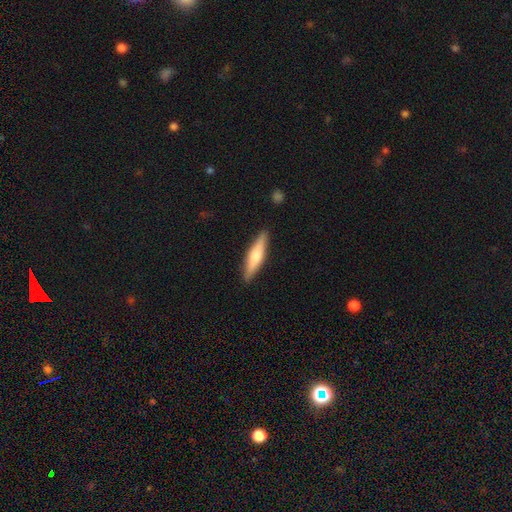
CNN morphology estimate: Q: Smooth or featured?
A: smooth (55%); runner-up: featured or disk (39%)
Q: How rounded?
A: cigar-shaped (80%); runner-up: in between (18%)
Q: Merging?
A: none (89%); runner-up: minor disturbance (8%)